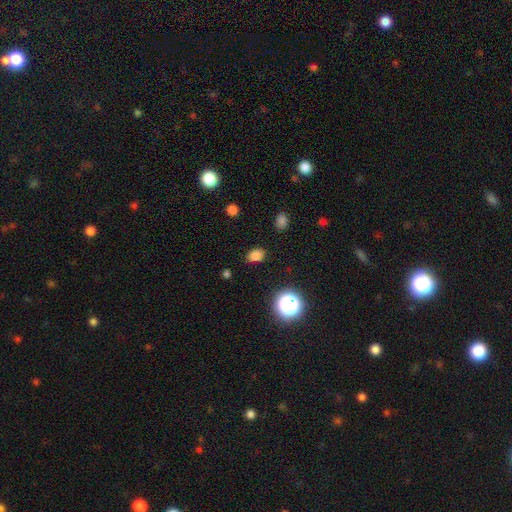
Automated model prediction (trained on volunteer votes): smooth_or_featured: smooth (p=0.79) [alt: star or artifact p=0.16]
how_rounded: in between (p=0.74) [alt: round p=0.25]
merging: none (p=0.83) [alt: minor disturbance p=0.12]